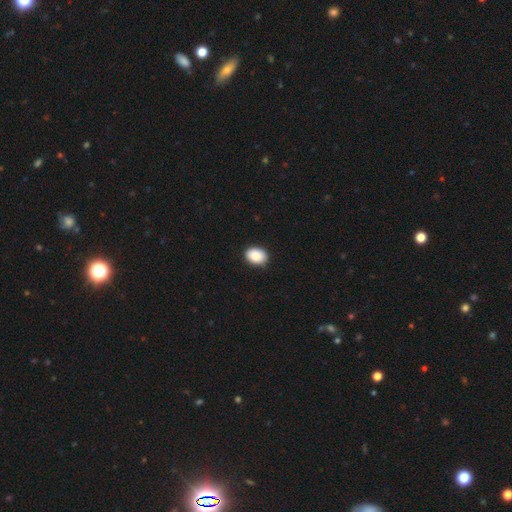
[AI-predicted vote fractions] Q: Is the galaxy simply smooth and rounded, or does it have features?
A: smooth — 89%.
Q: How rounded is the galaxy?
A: in between — 76%.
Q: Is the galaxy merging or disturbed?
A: none — 87%.